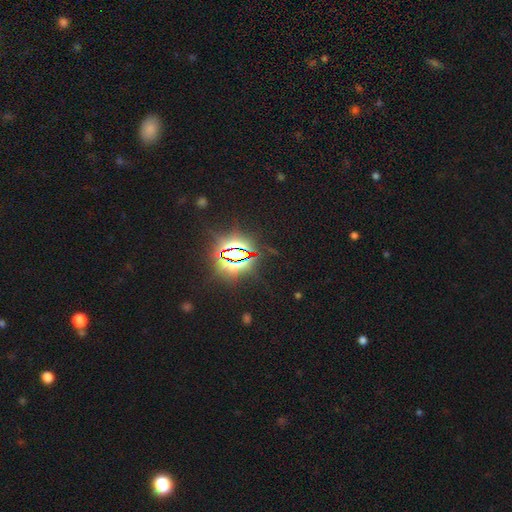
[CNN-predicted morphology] Overall: star or artifact (84%).